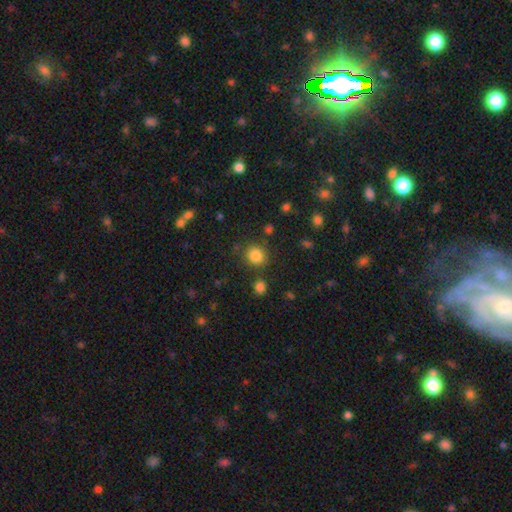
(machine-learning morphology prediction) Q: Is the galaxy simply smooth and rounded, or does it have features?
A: smooth — 84%.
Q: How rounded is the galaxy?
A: round — 82%.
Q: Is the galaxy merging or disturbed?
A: none — 82%.